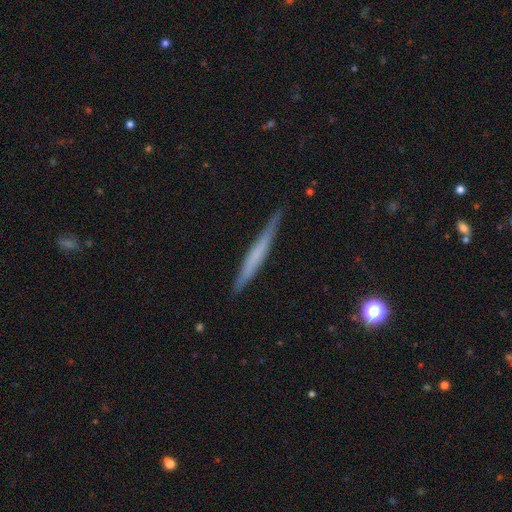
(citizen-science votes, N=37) Smooth or featured?
  - featured or disk: 73% *
  - smooth: 24%
  - star or artifact: 3%
Edge-on disk?
  - yes: 100% *
  - no: 0%
Edge-on bulge?
  - none: 81% *
  - boxy: 11%
  - rounded: 7%
Merging?
  - none: 97% *
  - major disturbance: 3%
  - minor disturbance: 0%
  - merger: 0%